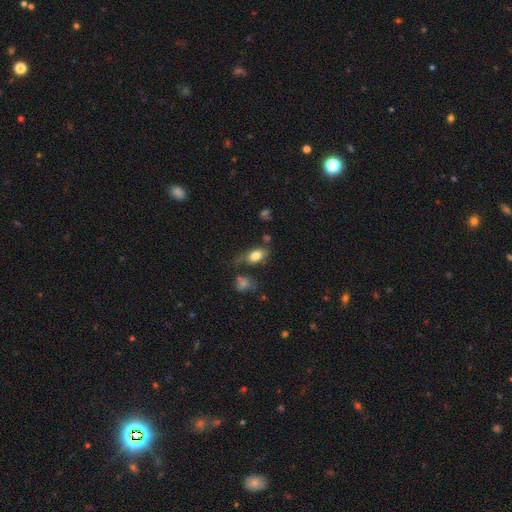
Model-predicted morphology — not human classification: type=smooth (77%); roundness=in between (87%); merging=none (52%).